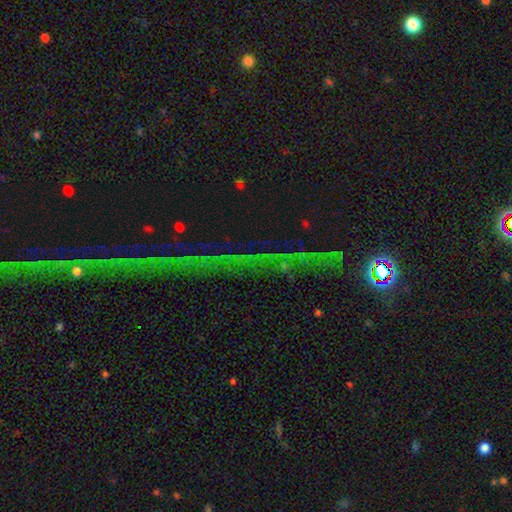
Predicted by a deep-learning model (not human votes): A star or artifact, not a galaxy (77%).

Vote fractions:
- Smooth or featured? star or artifact: 77% / featured or disk: 12% / smooth: 11%